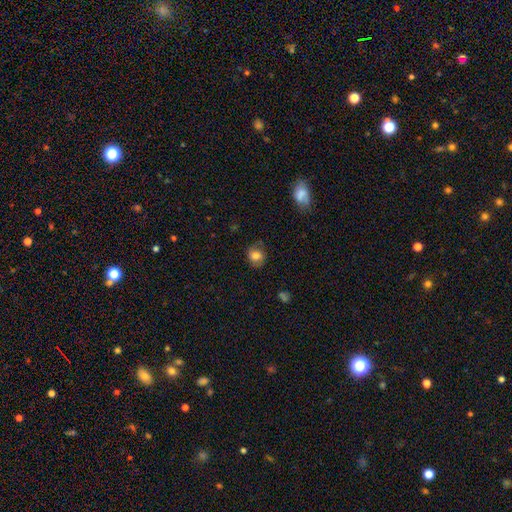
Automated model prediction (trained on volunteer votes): smooth_or_featured: smooth (p=0.74) [alt: featured or disk p=0.17]
how_rounded: round (p=0.67) [alt: in between p=0.32]
merging: none (p=0.71) [alt: minor disturbance p=0.21]